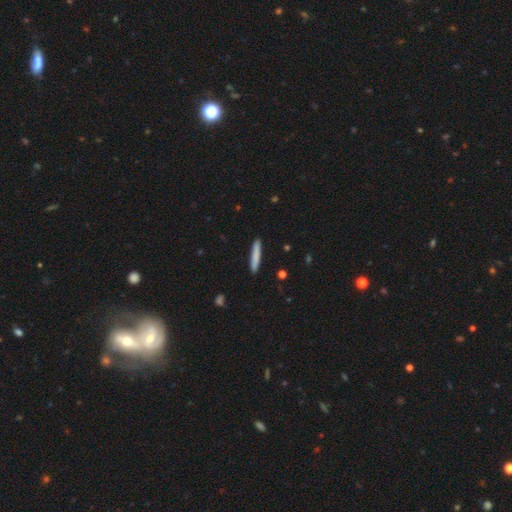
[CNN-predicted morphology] smooth 81%, featured or disk 13%, star or artifact 6%. Down the decision tree: how rounded — cigar-shaped (94%); merging — none (90%).